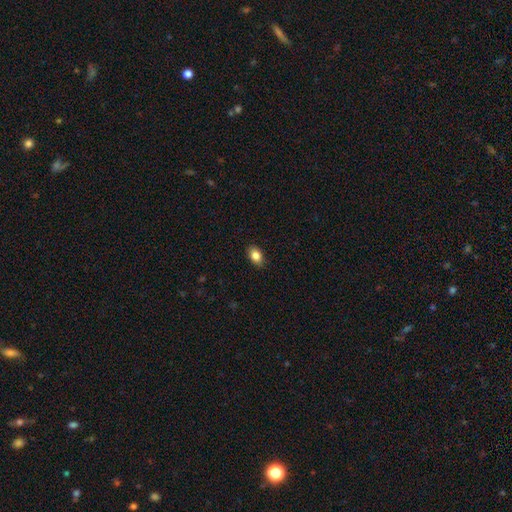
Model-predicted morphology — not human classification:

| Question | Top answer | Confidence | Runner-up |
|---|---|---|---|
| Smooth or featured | smooth | 85% | star or artifact (8%) |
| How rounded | in between | 83% | round (15%) |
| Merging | none | 88% | minor disturbance (9%) |